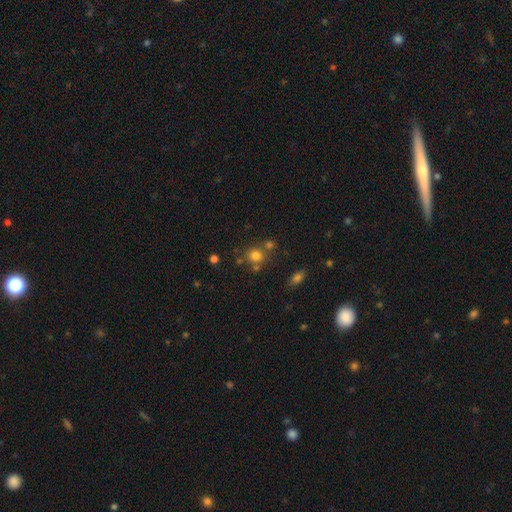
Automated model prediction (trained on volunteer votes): This appears to be a smooth galaxy with no disk features (76%) that is round (82%). Merging: none (64%).